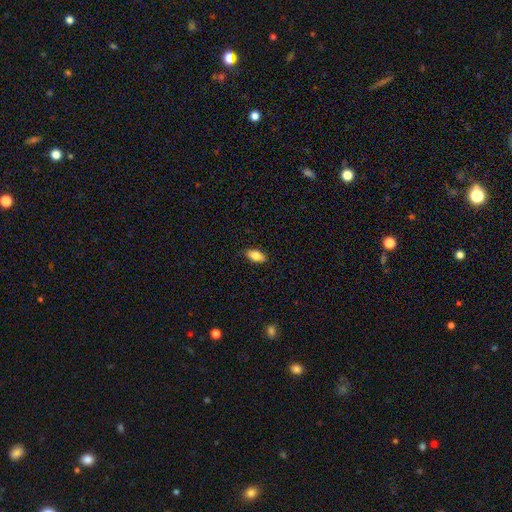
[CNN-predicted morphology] type=smooth (79%); roundness=in between (88%); merging=none (88%).